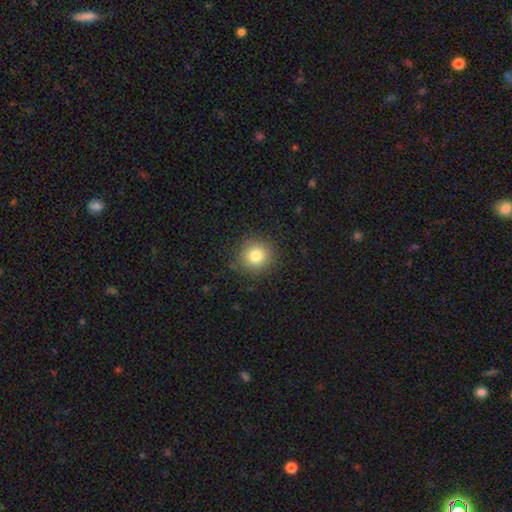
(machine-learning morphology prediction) Smooth or featured? Predicted: smooth (p=0.81). How rounded? Predicted: round (p=0.92). Merging? Predicted: none (p=0.88).